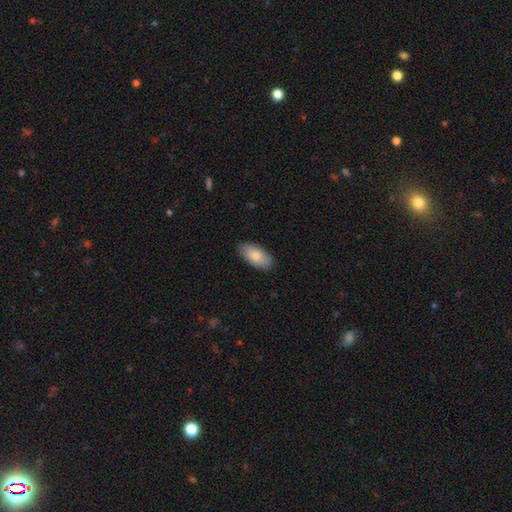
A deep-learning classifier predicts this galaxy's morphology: The model was most divided on "smooth or featured": smooth: 83%, featured or disk: 12%, star or artifact: 6%. More confident: how rounded — in between (93%); merging — none (87%).